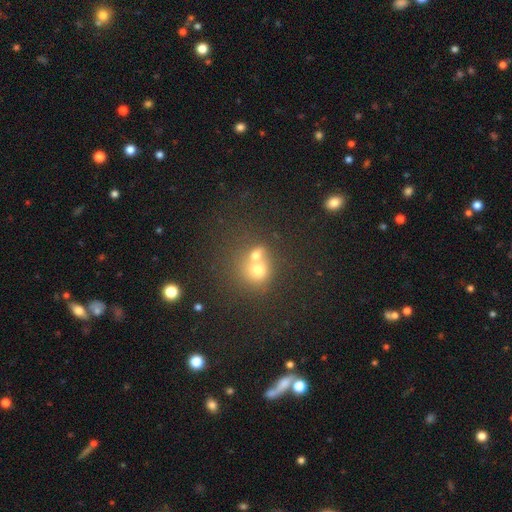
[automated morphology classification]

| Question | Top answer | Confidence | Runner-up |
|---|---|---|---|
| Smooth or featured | smooth | 67% | featured or disk (17%) |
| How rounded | round | 73% | in between (26%) |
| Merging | merger | 63% | none (27%) |